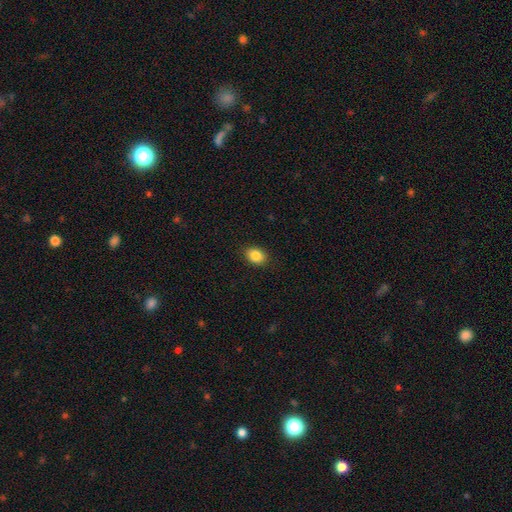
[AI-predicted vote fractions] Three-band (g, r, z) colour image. It shows a smooth galaxy with no disk features (87%) that is in between round and cigar-shaped (64%). Merging: none (89%).